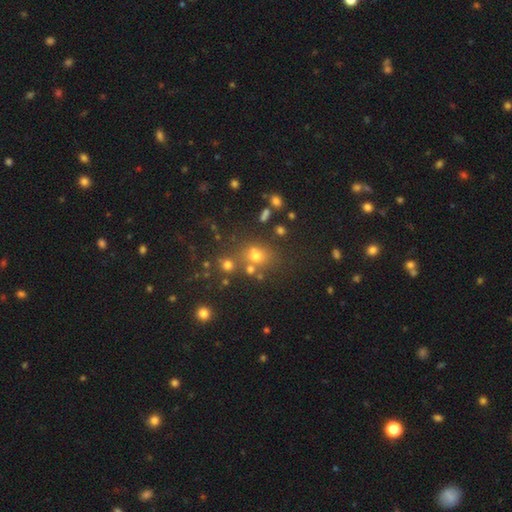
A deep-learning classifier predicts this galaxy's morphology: This appears to be a smooth galaxy with no disk features (58%) that is round (67%). Merging: none (60%).